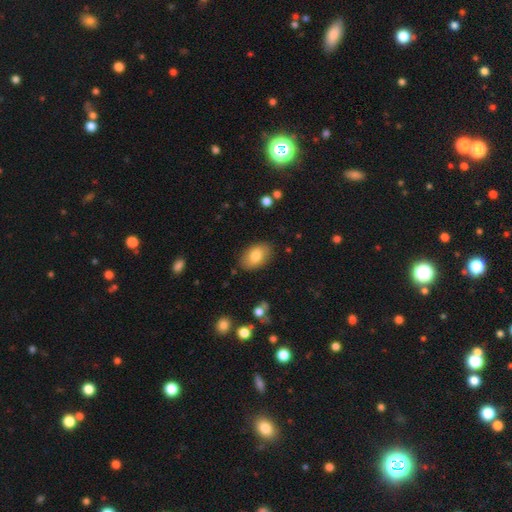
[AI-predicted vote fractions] Overall: smooth (80%). How rounded: in between (91%). Merging: none (85%).